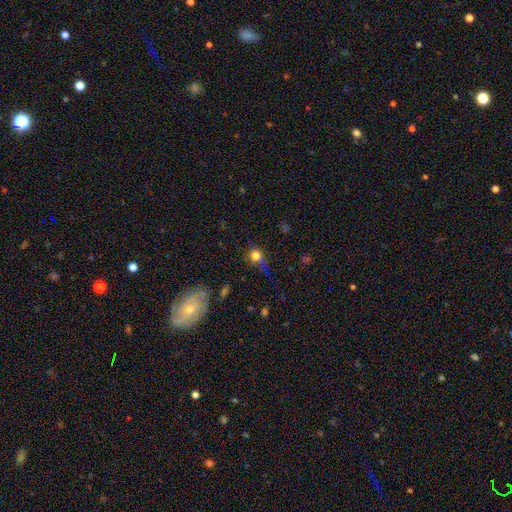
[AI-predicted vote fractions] Q: Smooth or featured?
A: smooth (78%); runner-up: star or artifact (13%)
Q: How rounded?
A: round (71%); runner-up: in between (27%)
Q: Merging?
A: none (48%); runner-up: minor disturbance (32%)